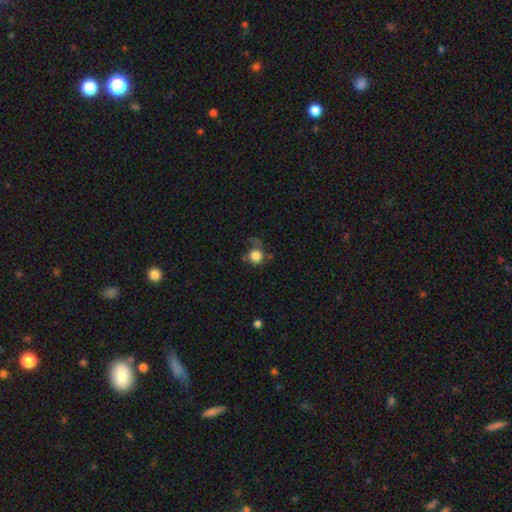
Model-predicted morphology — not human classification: This appears to be a smooth galaxy with no disk features (80%) that is round (87%). Merging: none (44%).